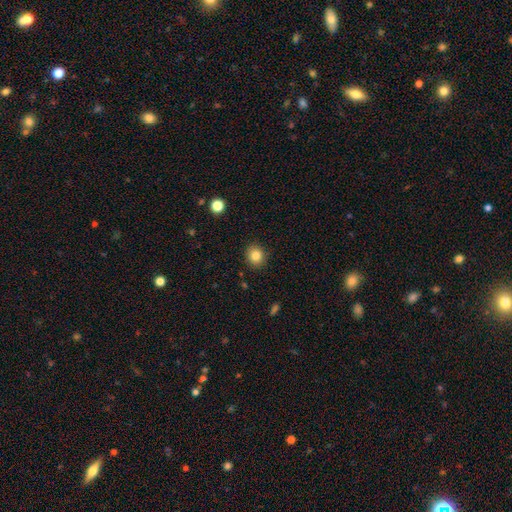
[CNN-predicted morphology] Q: Smooth or featured?
A: smooth (82%); runner-up: star or artifact (11%)
Q: How rounded?
A: round (82%); runner-up: in between (17%)
Q: Merging?
A: none (90%); runner-up: minor disturbance (7%)